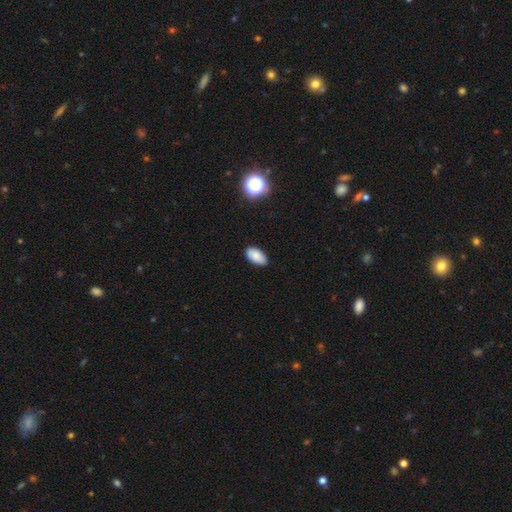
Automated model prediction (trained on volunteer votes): Q: Smooth or featured?
A: smooth (85%); runner-up: star or artifact (9%)
Q: How rounded?
A: in between (94%); runner-up: round (3%)
Q: Merging?
A: none (87%); runner-up: minor disturbance (10%)